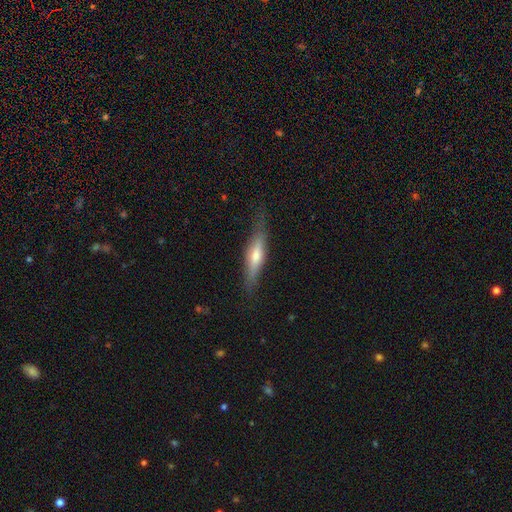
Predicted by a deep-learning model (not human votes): Morphology: type=featured or disk (54%); edge-on=yes (91%); merging=none (79%).